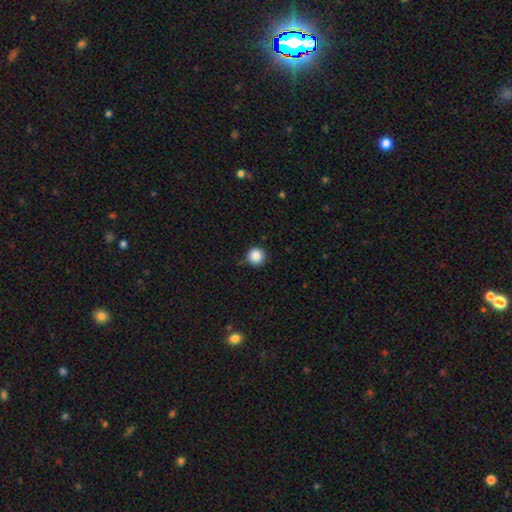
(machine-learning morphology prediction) smooth 87%, star or artifact 10%, featured or disk 3%. Down the decision tree: how rounded — round (95%); merging — none (85%).